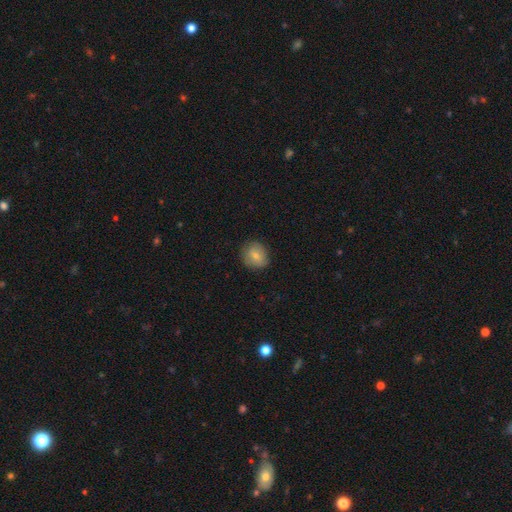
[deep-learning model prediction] The model was most divided on "smooth or featured": smooth: 77%, featured or disk: 15%, star or artifact: 8%. More confident: merging — none (83%); how rounded — round (81%).